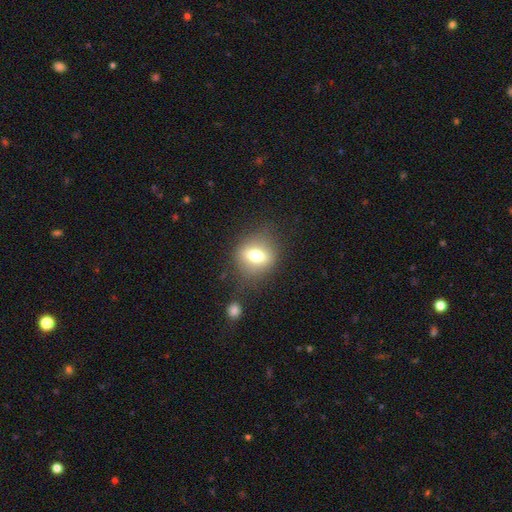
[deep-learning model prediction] smooth-or-featured: smooth: 63% | featured or disk: 27% | star or artifact: 10%
  how-rounded: round: 51% | in between: 44% | cigar-shaped: 4%
  merging: none: 77% | minor disturbance: 13% | major disturbance: 6% | merger: 4%